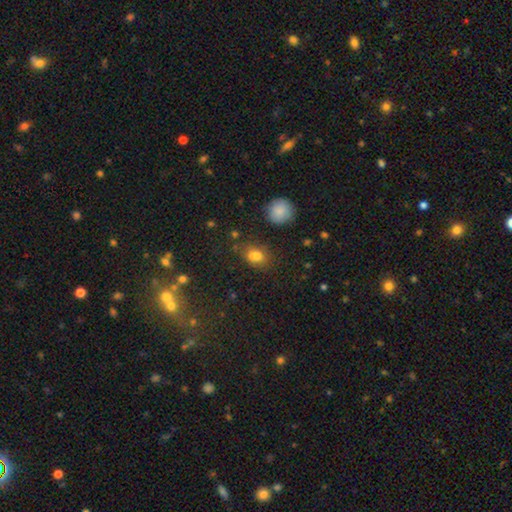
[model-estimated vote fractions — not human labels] Overall: smooth (72%). How rounded: in between (55%; round 43%). Merging: none (55%; merger 23%).